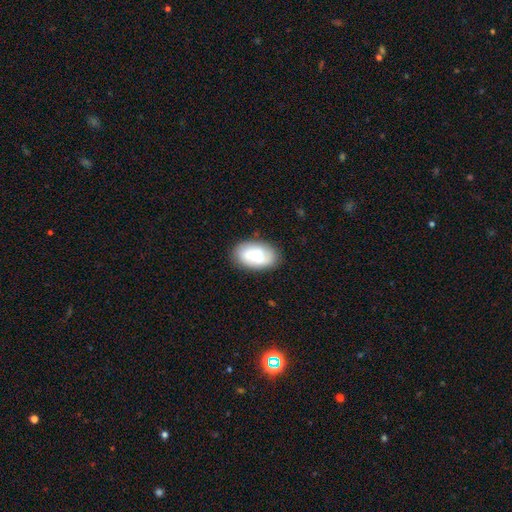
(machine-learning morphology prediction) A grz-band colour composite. It shows a smooth galaxy with no disk features (58%) that is in between round and cigar-shaped (91%). Merging: none (74%).